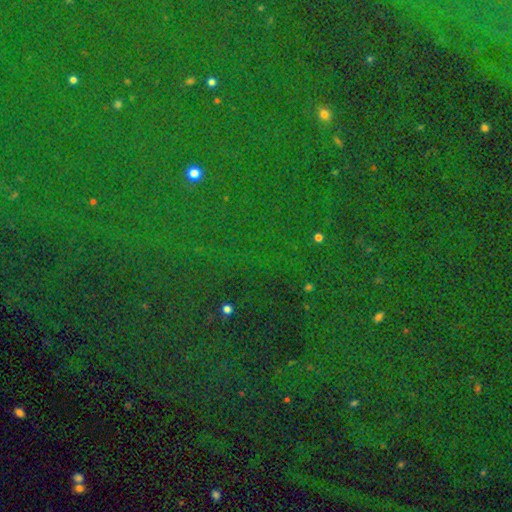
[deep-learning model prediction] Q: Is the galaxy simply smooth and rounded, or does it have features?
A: star or artifact — 82%.